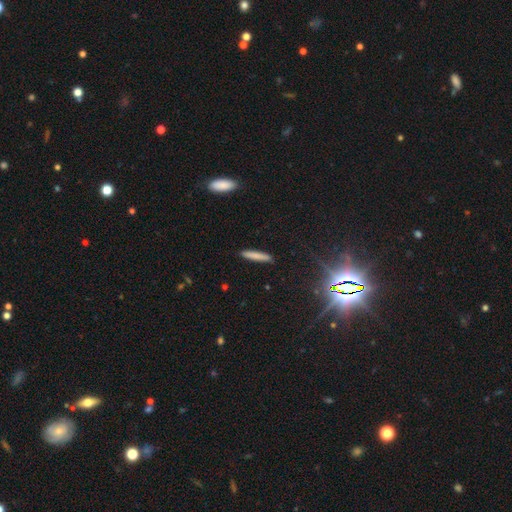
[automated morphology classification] type=smooth (79%); roundness=cigar-shaped (94%); merging=none (90%).